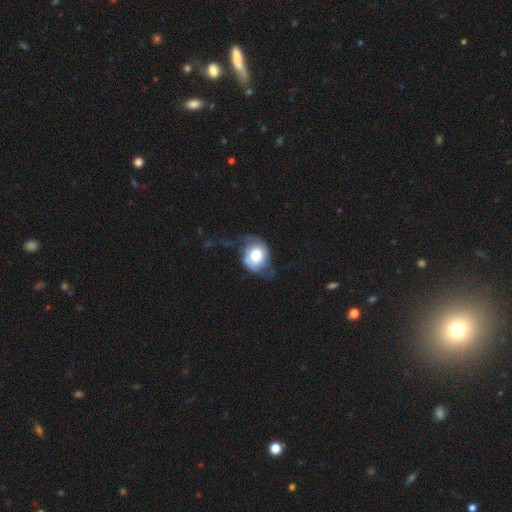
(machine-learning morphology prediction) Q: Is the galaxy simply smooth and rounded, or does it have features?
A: smooth — 53%.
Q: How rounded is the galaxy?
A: round — 59%.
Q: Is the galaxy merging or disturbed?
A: major disturbance — 40%.